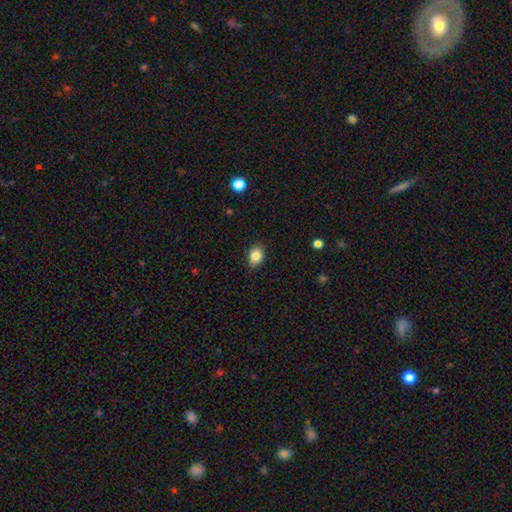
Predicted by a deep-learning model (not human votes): This appears to be a smooth galaxy with no disk features (85%) that is in between round and cigar-shaped (70%). Merging: none (84%).